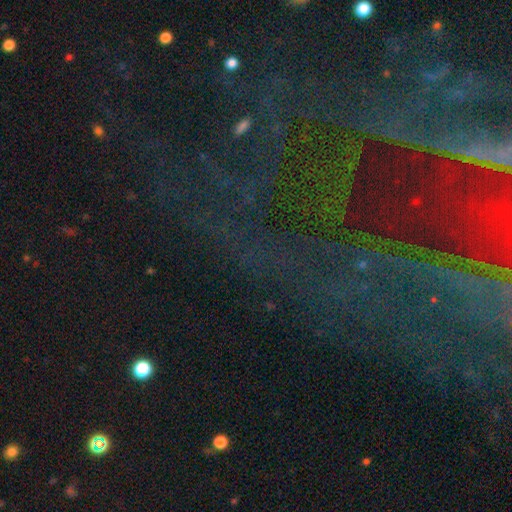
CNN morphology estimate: smooth_or_featured: star or artifact (p=0.74) [alt: featured or disk p=0.16]